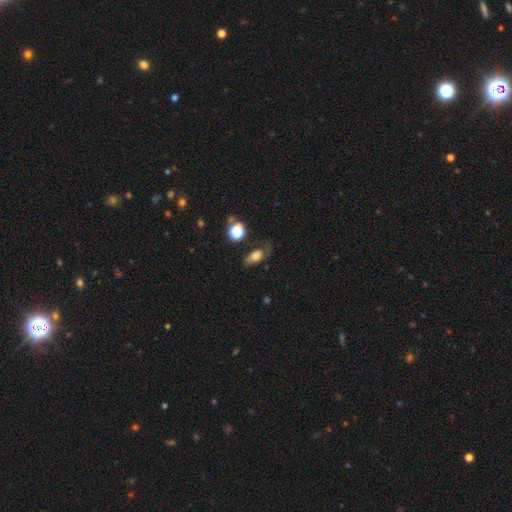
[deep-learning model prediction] The model was most divided on "merging": none: 53%, minor disturbance: 27%, major disturbance: 16%, merger: 4%. More confident: how rounded — in between (80%); smooth or featured — smooth (67%).